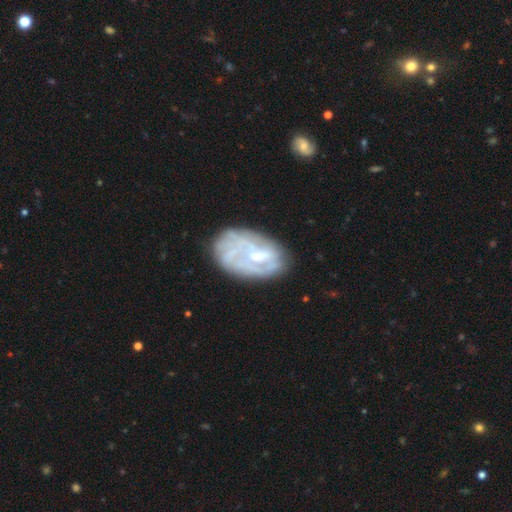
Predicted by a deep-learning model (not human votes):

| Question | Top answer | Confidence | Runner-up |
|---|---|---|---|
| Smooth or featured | featured or disk | 66% | smooth (25%) |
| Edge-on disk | no | 96% | yes (4%) |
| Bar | no | 51% | weak (38%) |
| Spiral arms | yes | 51% | no (49%) |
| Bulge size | small | 40% | moderate (35%) |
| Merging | none | 56% | minor disturbance (24%) |